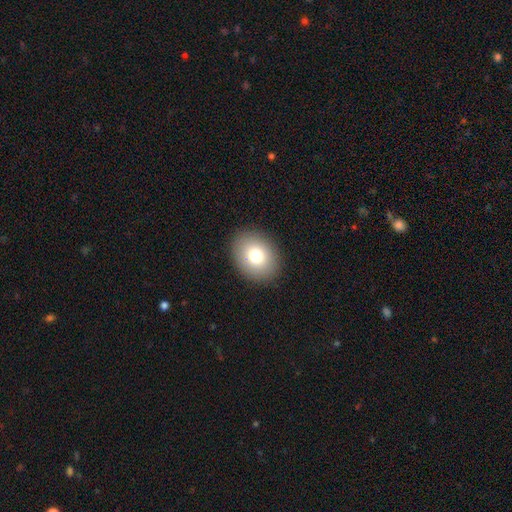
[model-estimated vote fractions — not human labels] smooth_or_featured: smooth (p=0.78) [alt: featured or disk p=0.12]
how_rounded: in between (p=0.54) [alt: round p=0.45]
merging: none (p=0.90) [alt: minor disturbance p=0.07]